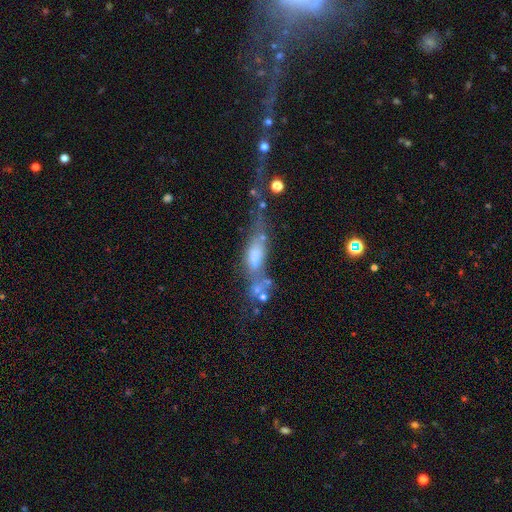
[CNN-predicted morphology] This appears to be a featured or disk galaxy (51%). Merging: major disturbance (35%).